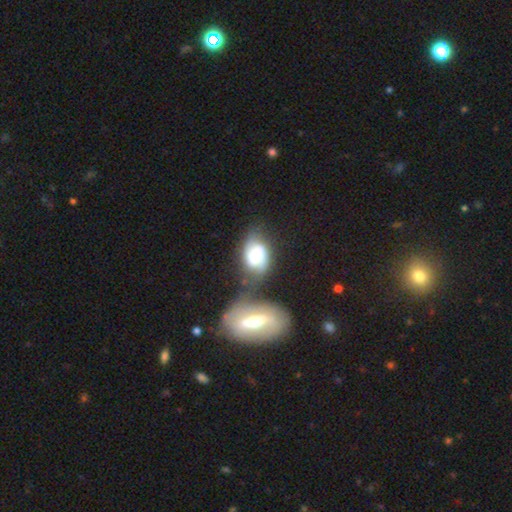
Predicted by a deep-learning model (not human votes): This is likely a featured or disk galaxy (69%). It is clearly not viewed edge-on (96%). Bar: marginally weak (45%). Spiral arm pattern: clearly yes (93%). Spiral arm count: clearly 2 (83%). Spiral winding: possibly medium (46%). Central bulge: possibly moderate (49%). Merging: marginally none (42%).